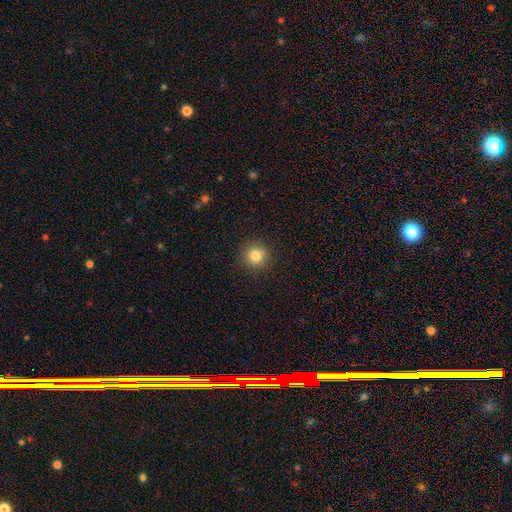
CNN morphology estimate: A smooth galaxy with no disk features (81%) that is round (94%). Merging: none (90%).